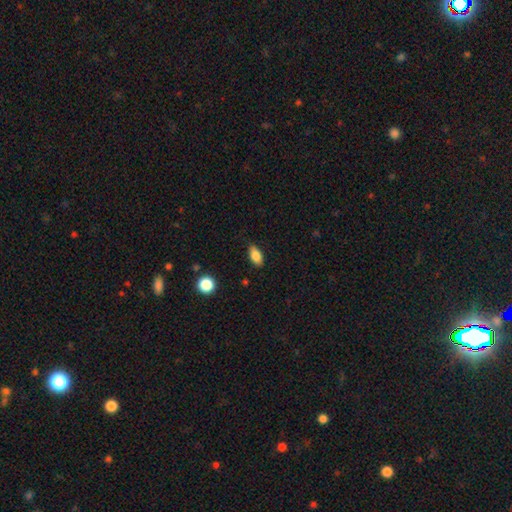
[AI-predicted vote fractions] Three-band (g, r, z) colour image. It shows a smooth galaxy with no disk features (84%) that is in between round and cigar-shaped (88%). Merging: none (84%).